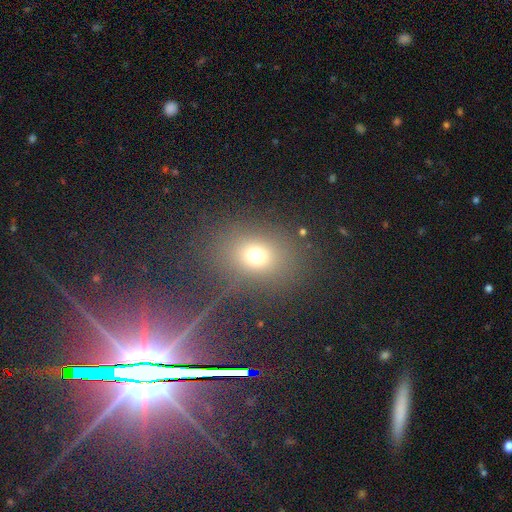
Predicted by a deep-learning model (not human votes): Smooth or featured?
  - smooth: 69% *
  - star or artifact: 21%
  - featured or disk: 10%
How rounded?
  - round: 56% *
  - in between: 42%
  - cigar-shaped: 1%
Merging?
  - none: 75% *
  - minor disturbance: 11%
  - major disturbance: 8%
  - merger: 6%